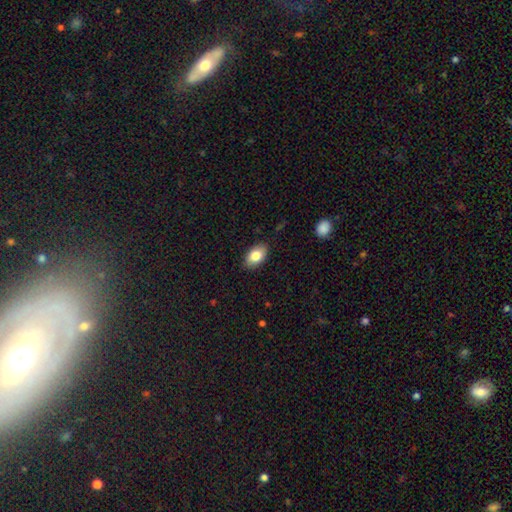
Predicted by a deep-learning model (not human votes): A smooth galaxy with no disk features (83%) that is in between round and cigar-shaped (92%).

Vote fractions:
- Smooth or featured? smooth: 83% / featured or disk: 11% / star or artifact: 7%
- How rounded? in between: 92% / round: 6% / cigar-shaped: 1%
- Merging? none: 86% / minor disturbance: 11% / major disturbance: 2% / merger: 1%